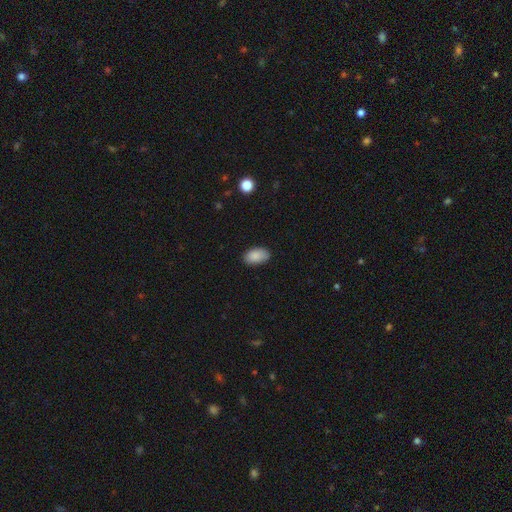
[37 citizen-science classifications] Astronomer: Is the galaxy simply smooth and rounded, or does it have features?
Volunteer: smooth — 92%.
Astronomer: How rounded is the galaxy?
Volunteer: in between — 85%.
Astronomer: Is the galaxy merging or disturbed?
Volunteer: none — 82%.